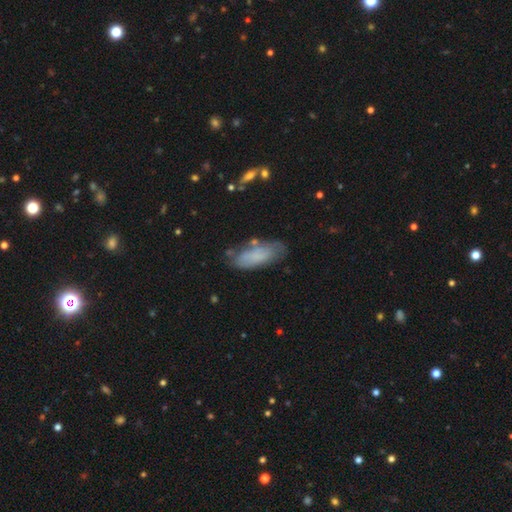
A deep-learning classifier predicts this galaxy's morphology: smooth-or-featured: smooth: 69% | featured or disk: 23% | star or artifact: 8%
  how-rounded: in between: 74% | cigar-shaped: 24% | round: 2%
  merging: none: 63% | minor disturbance: 24% | major disturbance: 8% | merger: 5%